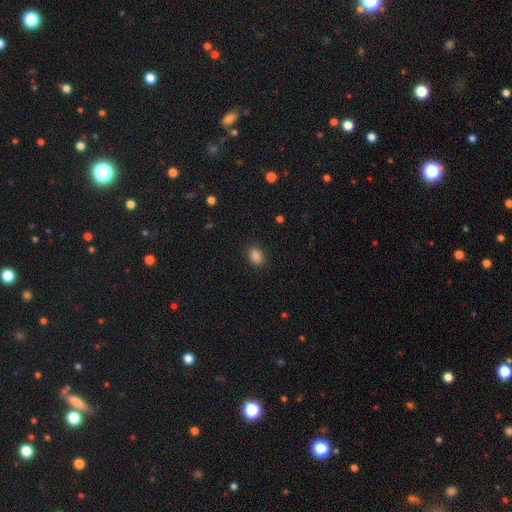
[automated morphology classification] A smooth galaxy with no disk features (87%) that is in between round and cigar-shaped (74%).

Vote fractions:
- Smooth or featured? smooth: 87% / star or artifact: 10% / featured or disk: 3%
- How rounded? in between: 74% / round: 25% / cigar-shaped: 1%
- Merging? none: 87% / minor disturbance: 9% / major disturbance: 3% / merger: 1%